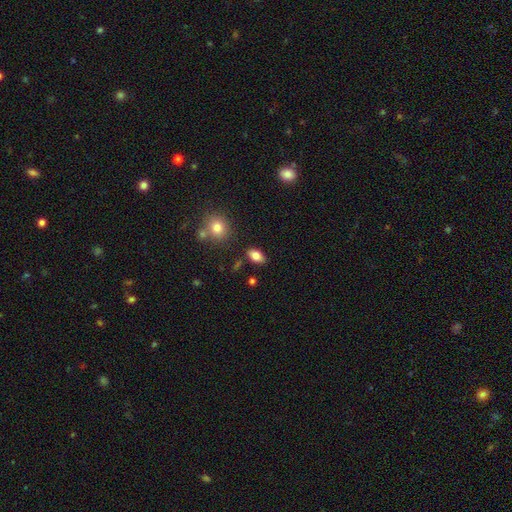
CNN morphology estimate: smooth_or_featured: smooth (p=0.81) [alt: featured or disk p=0.11]
how_rounded: in between (p=0.89) [alt: round p=0.08]
merging: none (p=0.84) [alt: minor disturbance p=0.10]